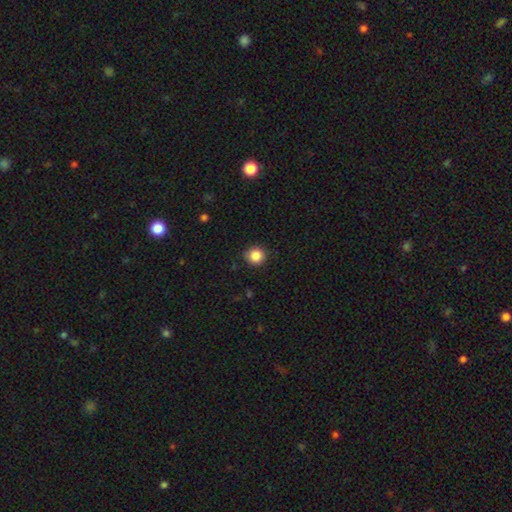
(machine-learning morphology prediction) Smooth or featured: smooth — 86% (star or artifact — 10%)
How rounded: round — 92% (in between — 7%)
Merging: none — 88% (minor disturbance — 9%)